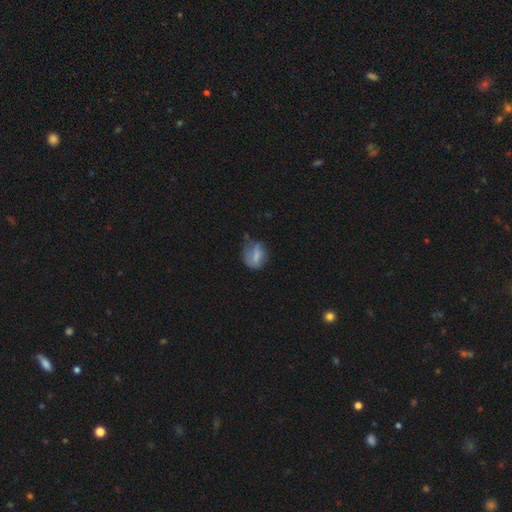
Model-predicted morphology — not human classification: type=smooth (64%); roundness=in between (54%); merging=none (39%).